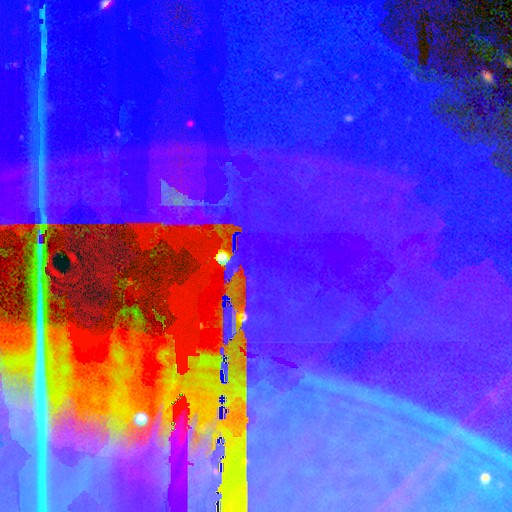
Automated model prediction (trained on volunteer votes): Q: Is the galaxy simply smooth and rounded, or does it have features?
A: star or artifact — 87%.